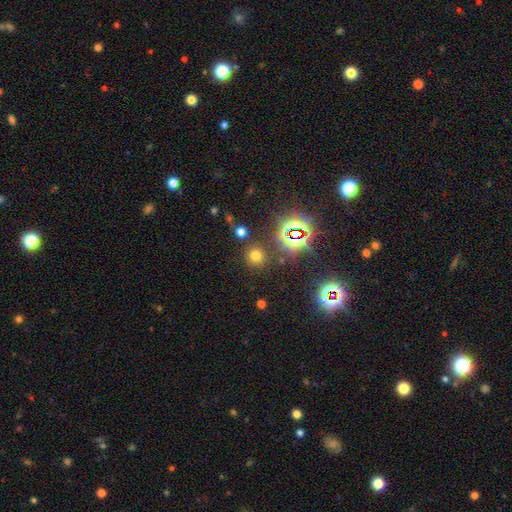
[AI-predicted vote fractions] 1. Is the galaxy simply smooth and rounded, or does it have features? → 62% smooth, 30% star or artifact, 7% featured or disk.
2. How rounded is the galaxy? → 90% round, 9% in between, 1% cigar-shaped.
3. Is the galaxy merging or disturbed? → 84% none, 7% minor disturbance, 5% merger, 4% major disturbance.